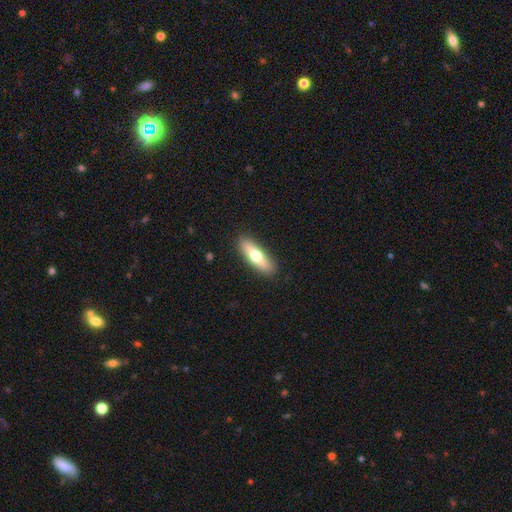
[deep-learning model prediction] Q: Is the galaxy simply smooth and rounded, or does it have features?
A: smooth — 62%.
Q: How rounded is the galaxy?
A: cigar-shaped — 57%.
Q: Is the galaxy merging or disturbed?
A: none — 90%.